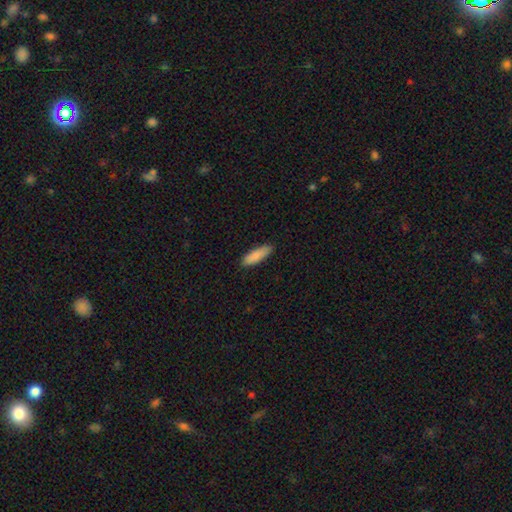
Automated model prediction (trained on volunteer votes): Smooth or featured: smooth — 85% (featured or disk — 9%)
How rounded: in between — 51% (cigar-shaped — 47%)
Merging: none — 88% (minor disturbance — 9%)